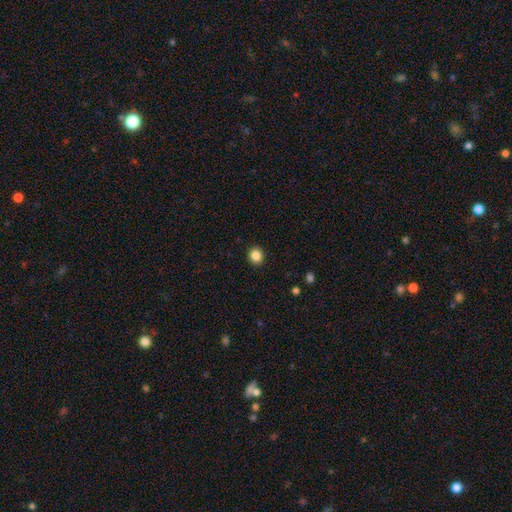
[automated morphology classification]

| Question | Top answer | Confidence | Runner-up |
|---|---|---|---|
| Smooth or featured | smooth | 85% | star or artifact (10%) |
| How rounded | round | 81% | in between (18%) |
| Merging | none | 92% | minor disturbance (5%) |